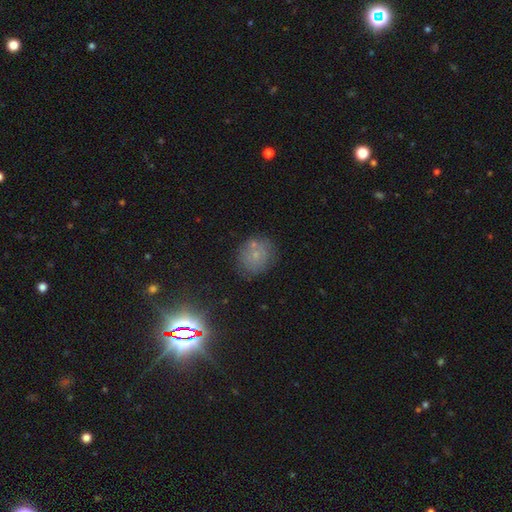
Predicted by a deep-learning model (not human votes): The model was most divided on "smooth or featured": smooth: 53%, star or artifact: 24%, featured or disk: 23%. More confident: how rounded — round (78%); merging — none (73%).